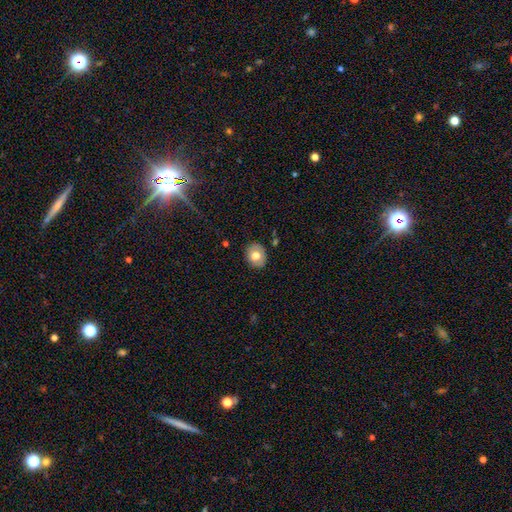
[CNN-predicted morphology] The model was most divided on "how rounded": round: 53%, in between: 46%, cigar-shaped: 1%. More confident: merging — none (85%); smooth or featured — smooth (71%).